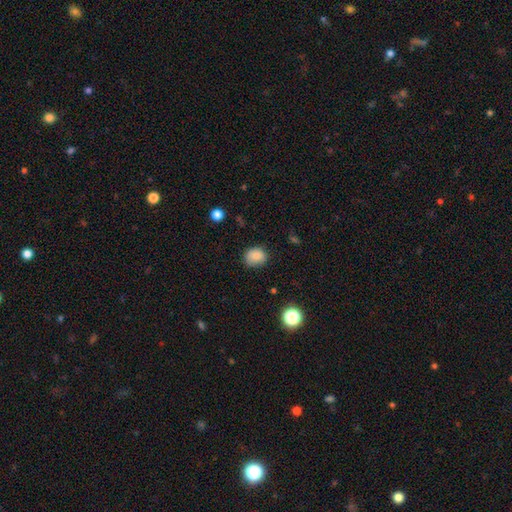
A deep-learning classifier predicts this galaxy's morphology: Smooth or featured: smooth — 84% (star or artifact — 10%)
How rounded: round — 64% (in between — 36%)
Merging: none — 78% (minor disturbance — 18%)